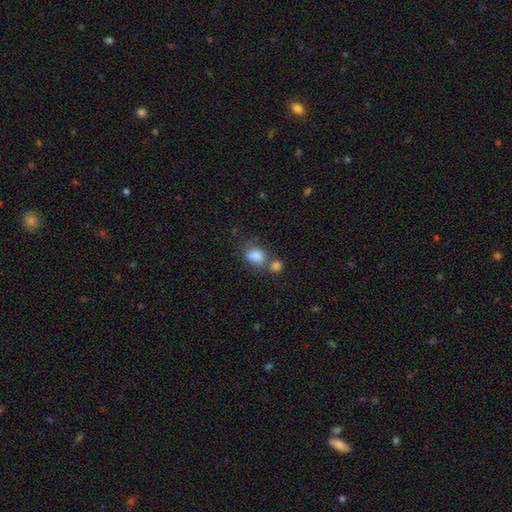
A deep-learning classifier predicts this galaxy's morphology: smooth 82%, star or artifact 10%, featured or disk 8%. Down the decision tree: how rounded — in between (51%); merging — none (40%).